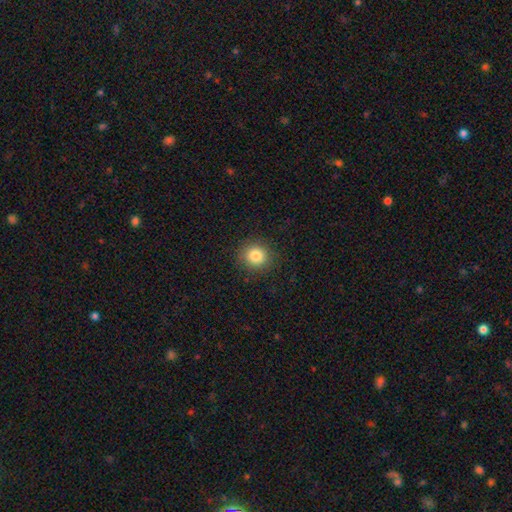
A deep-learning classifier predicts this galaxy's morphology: The model was most divided on "smooth or featured": smooth: 83%, star or artifact: 11%, featured or disk: 6%. More confident: merging — none (89%); how rounded — round (89%).